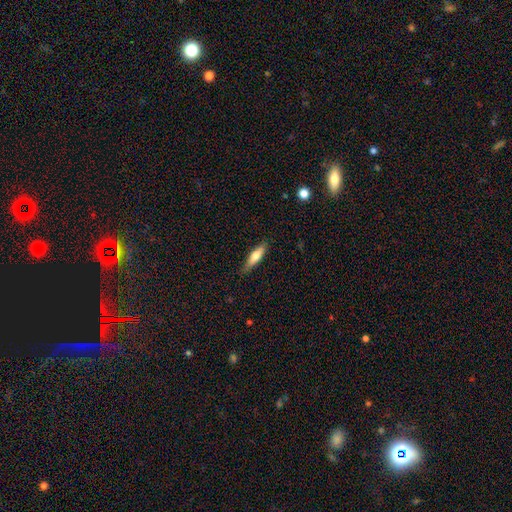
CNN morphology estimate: Smooth or featured?
  - smooth: 66% *
  - featured or disk: 29%
  - star or artifact: 6%
How rounded?
  - cigar-shaped: 68% *
  - in between: 30%
  - round: 2%
Merging?
  - none: 81% *
  - minor disturbance: 15%
  - major disturbance: 3%
  - merger: 1%